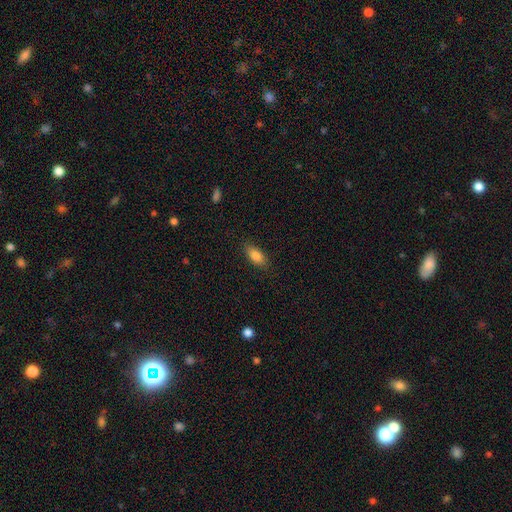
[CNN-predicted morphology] The model was most divided on "merging": none: 85%, minor disturbance: 11%, major disturbance: 3%, merger: 1%. More confident: how rounded — in between (87%); smooth or featured — smooth (84%).